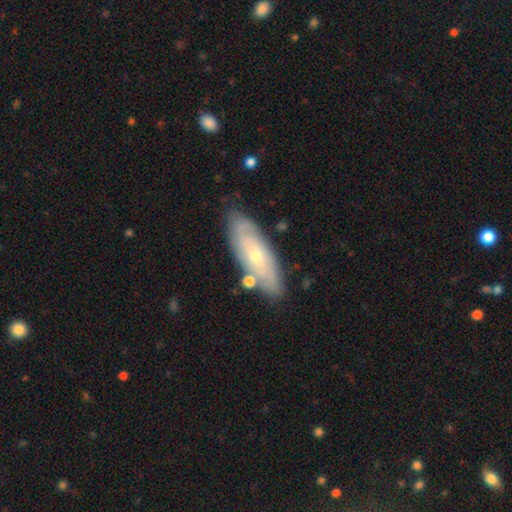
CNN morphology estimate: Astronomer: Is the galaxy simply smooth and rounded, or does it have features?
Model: featured or disk — 58% (runner-up: smooth, 36%).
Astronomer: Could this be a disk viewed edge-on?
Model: no — 78%.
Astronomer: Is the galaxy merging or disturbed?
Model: none — 76%.